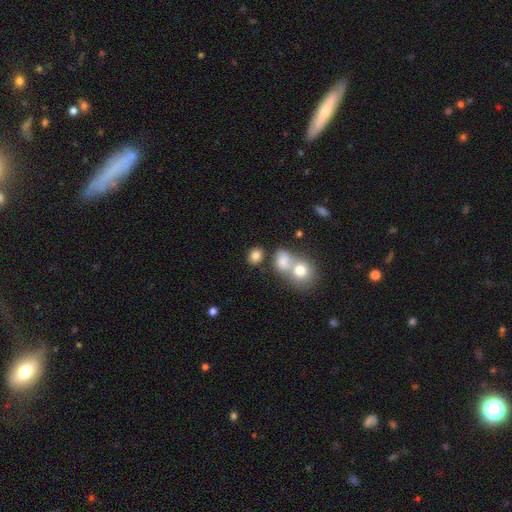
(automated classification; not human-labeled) Morphology: type=smooth (81%); roundness=in between (54%); merging=none (64%).